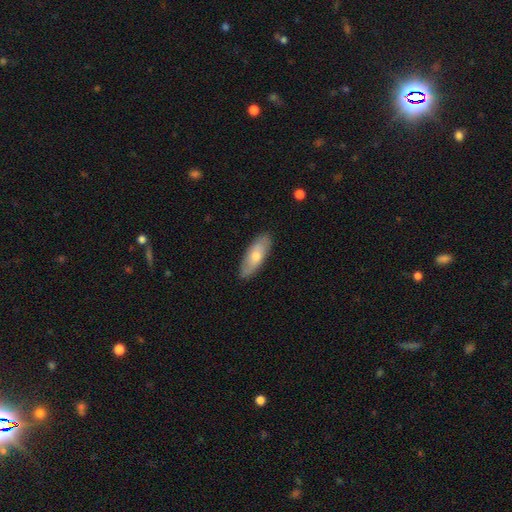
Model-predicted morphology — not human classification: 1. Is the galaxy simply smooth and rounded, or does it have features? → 65% smooth, 29% featured or disk, 6% star or artifact.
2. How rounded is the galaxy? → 67% in between, 31% cigar-shaped, 2% round.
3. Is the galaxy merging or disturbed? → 87% none, 10% minor disturbance, 2% major disturbance, 1% merger.